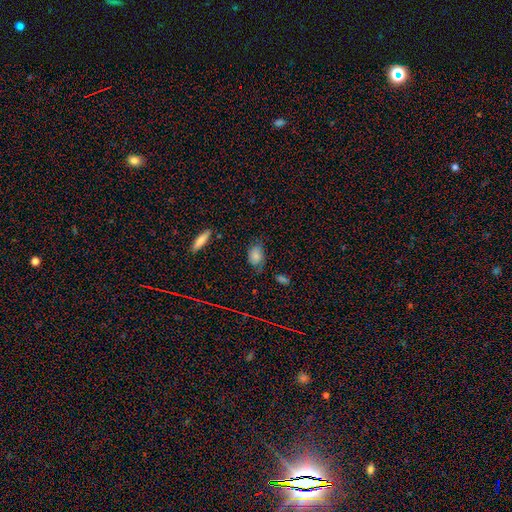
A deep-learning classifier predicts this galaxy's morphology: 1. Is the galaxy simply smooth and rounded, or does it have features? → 77% smooth, 12% star or artifact, 11% featured or disk.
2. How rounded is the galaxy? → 82% in between, 15% round, 2% cigar-shaped.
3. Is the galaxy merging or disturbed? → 60% none, 30% minor disturbance, 7% major disturbance, 2% merger.